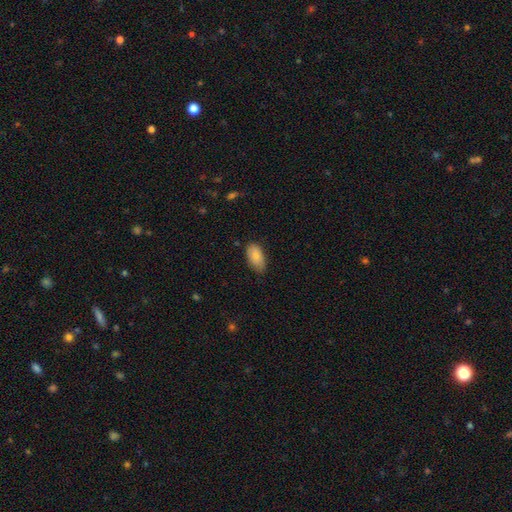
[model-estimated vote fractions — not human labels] A smooth galaxy with no disk features (84%) that is in between round and cigar-shaped (94%).

Vote fractions:
- Smooth or featured? smooth: 84% / featured or disk: 10% / star or artifact: 6%
- How rounded? in between: 94% / cigar-shaped: 3% / round: 3%
- Merging? none: 71% / minor disturbance: 25% / major disturbance: 3% / merger: 1%